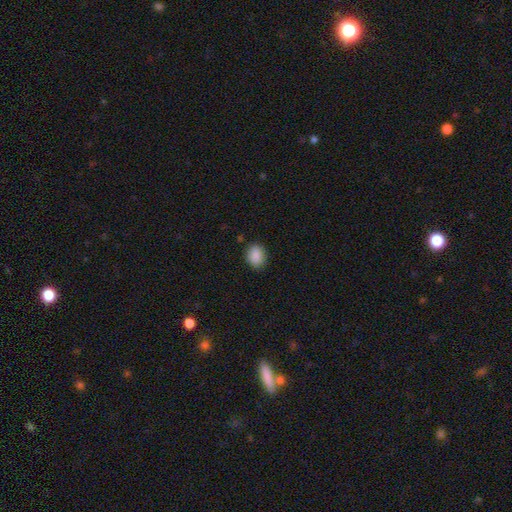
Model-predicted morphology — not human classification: A smooth galaxy with no disk features (89%) that is in between round and cigar-shaped (54%). Merging: none (85%).